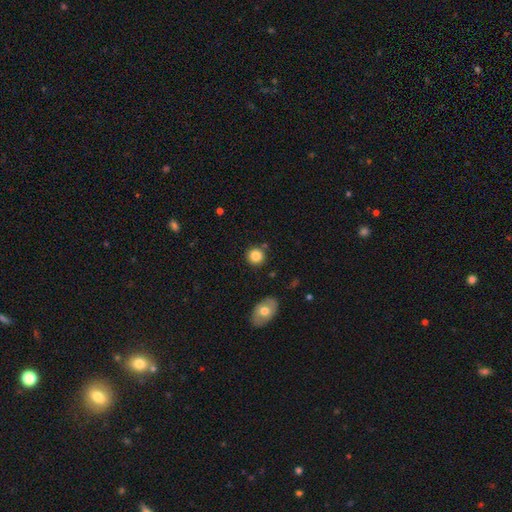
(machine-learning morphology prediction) The model was most divided on "smooth or featured": smooth: 83%, star or artifact: 10%, featured or disk: 7%. More confident: how rounded — round (90%); merging — none (85%).